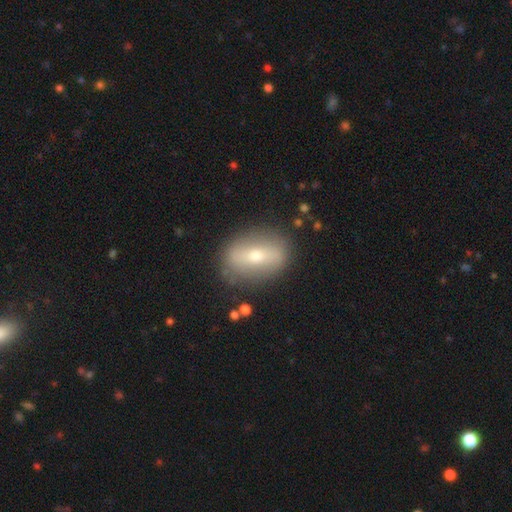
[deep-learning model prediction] smooth-or-featured: featured or disk: 48% | smooth: 43% | star or artifact: 9%
  merging: none: 84% | minor disturbance: 11% | major disturbance: 4% | merger: 2%